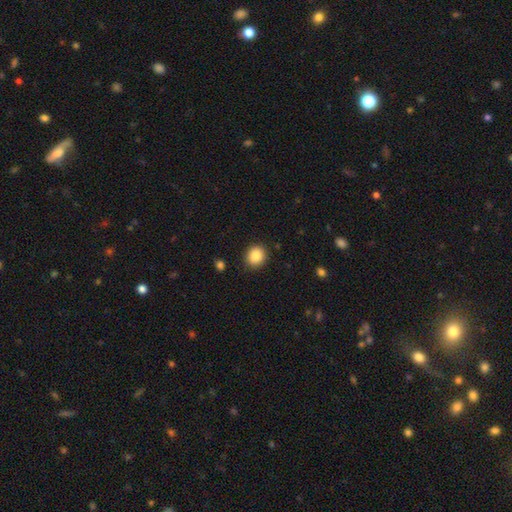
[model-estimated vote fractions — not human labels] This appears to be a smooth galaxy with no disk features (88%) that is round (79%). Merging: none (89%).